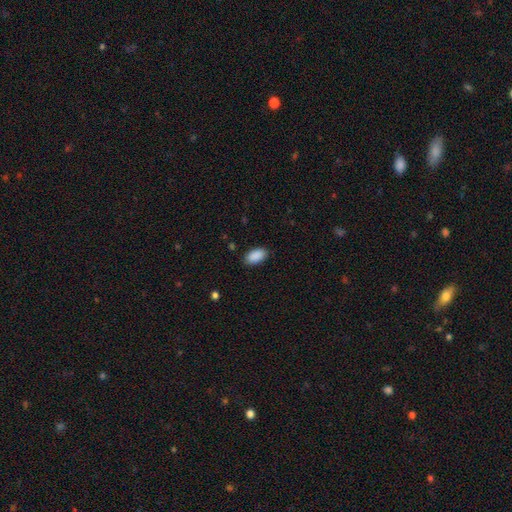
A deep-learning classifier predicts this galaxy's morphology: type=smooth (90%); roundness=in between (94%); merging=none (87%).